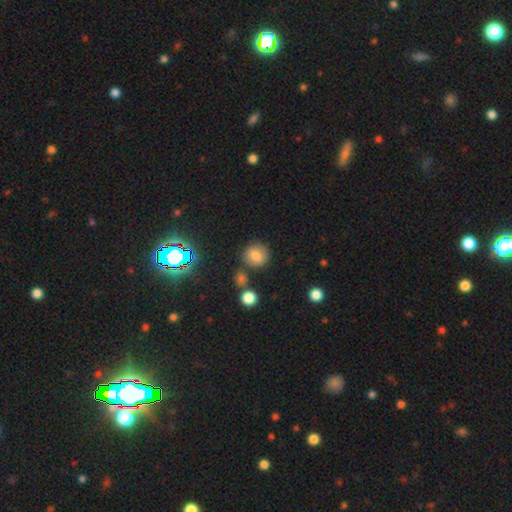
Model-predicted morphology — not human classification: A smooth galaxy with no disk features (75%) that is round (88%).

Vote fractions:
- Smooth or featured? smooth: 75% / star or artifact: 16% / featured or disk: 9%
- How rounded? round: 88% / in between: 11% / cigar-shaped: 1%
- Merging? none: 77% / minor disturbance: 10% / merger: 10% / major disturbance: 4%